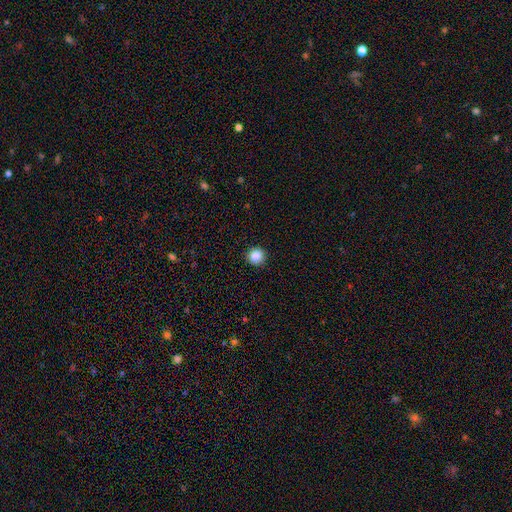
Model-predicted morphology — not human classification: This is clearly a smooth galaxy (87%). How rounded: clearly round (94%). Merging: clearly none (92%).